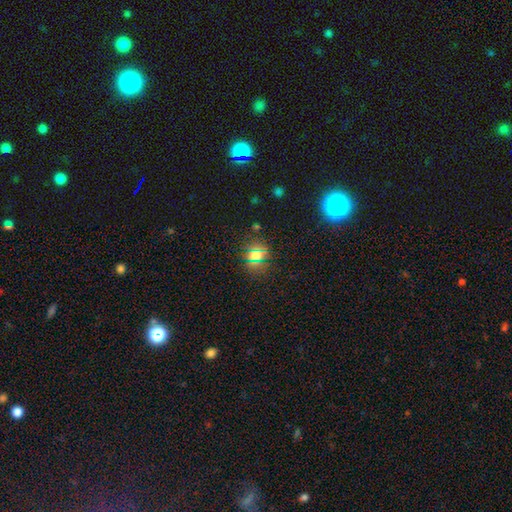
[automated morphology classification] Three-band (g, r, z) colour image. It shows a smooth galaxy with no disk features (51%) that is round (81%). Merging: none (83%).